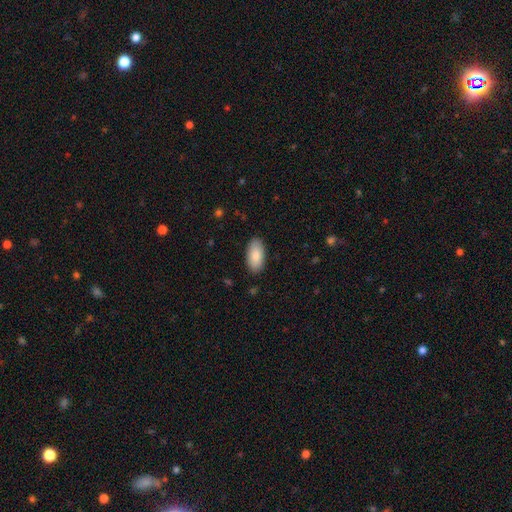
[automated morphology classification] This is clearly a smooth galaxy (87%). How rounded: clearly in between (94%). Merging: clearly none (88%).